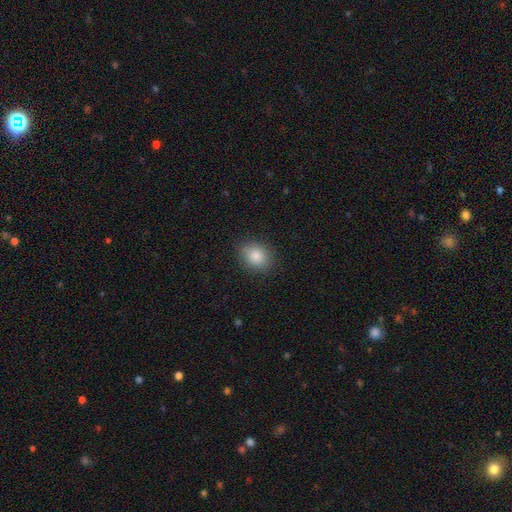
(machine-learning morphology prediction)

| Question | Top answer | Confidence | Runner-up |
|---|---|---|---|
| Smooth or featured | smooth | 85% | star or artifact (9%) |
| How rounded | in between | 59% | round (40%) |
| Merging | none | 88% | minor disturbance (9%) |